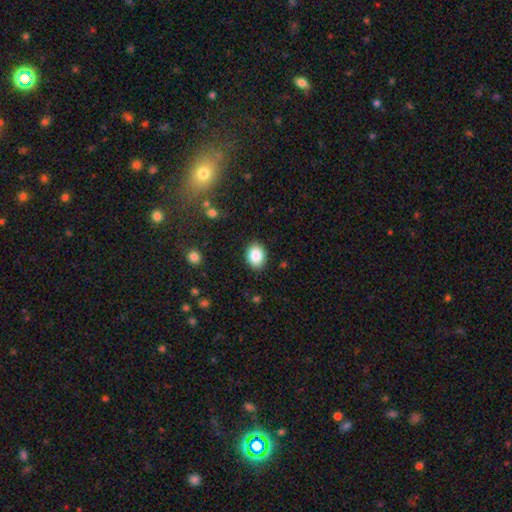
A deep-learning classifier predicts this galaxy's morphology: Smooth or featured? smooth (87%)
How rounded? in between (70%)
Merging? none (89%)